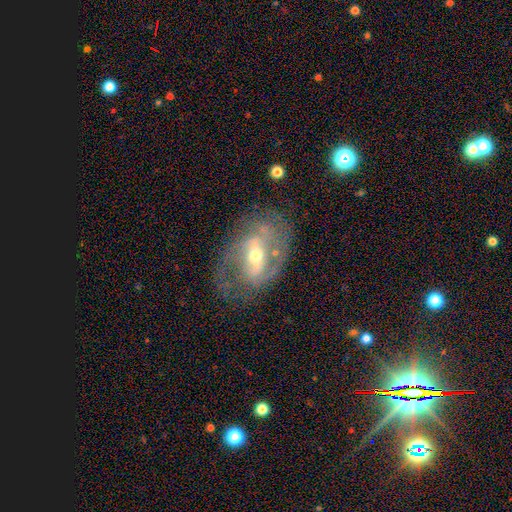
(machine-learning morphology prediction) Smooth or featured?
  - featured or disk: 83% *
  - smooth: 11%
  - star or artifact: 6%
Edge-on disk?
  - no: 94% *
  - yes: 6%
Bar?
  - strong: 47% *
  - weak: 38%
  - no: 16%
Spiral arms?
  - yes: 82% *
  - no: 18%
Spiral winding?
  - medium: 46% *
  - tight: 30%
  - loose: 24%
Spiral arm count?
  - 2: 73% *
  - can't tell: 14%
  - 1: 5%
  - 3: 4%
  - 4: 1%
  - more than 4: 1%
Bulge size?
  - moderate: 60% *
  - small: 34%
  - large: 5%
  - none: 1%
  - dominant: 1%
Merging?
  - none: 64% *
  - minor disturbance: 20%
  - major disturbance: 13%
  - merger: 2%